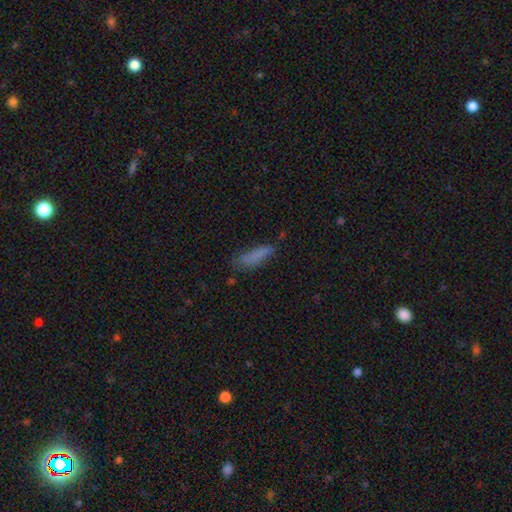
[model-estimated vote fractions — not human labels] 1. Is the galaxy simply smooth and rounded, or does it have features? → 80% smooth, 11% featured or disk, 10% star or artifact.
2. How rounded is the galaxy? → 74% cigar-shaped, 24% in between, 2% round.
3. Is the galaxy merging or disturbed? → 65% none, 24% minor disturbance, 8% major disturbance, 3% merger.